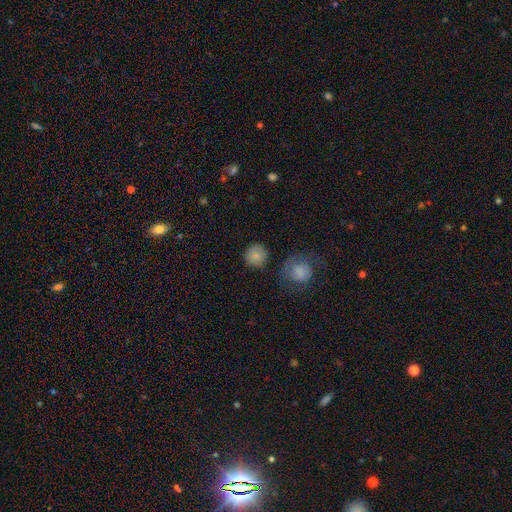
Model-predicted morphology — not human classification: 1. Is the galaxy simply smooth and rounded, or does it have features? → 84% smooth, 10% star or artifact, 6% featured or disk.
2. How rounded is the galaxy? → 93% round, 6% in between, 1% cigar-shaped.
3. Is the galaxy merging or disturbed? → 82% none, 10% minor disturbance, 5% merger, 4% major disturbance.